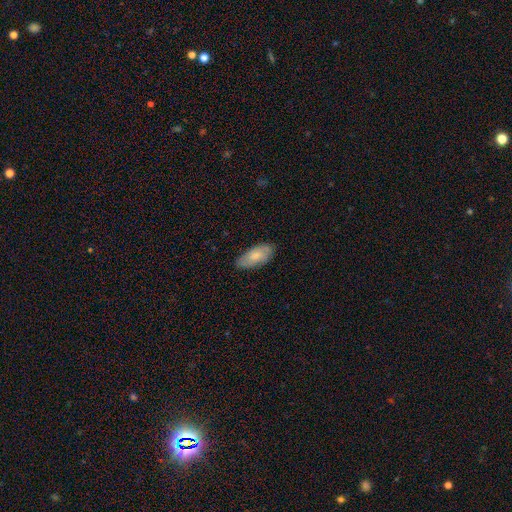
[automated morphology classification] smooth 70%, featured or disk 24%, star or artifact 6%. Down the decision tree: how rounded — in between (89%); merging — none (81%).